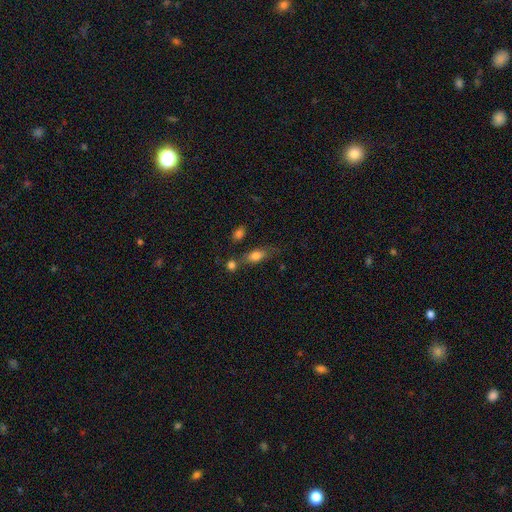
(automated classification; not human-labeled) Smooth or featured? Predicted: smooth (p=0.78). How rounded? Predicted: in between (p=0.79). Merging? Predicted: none (p=0.56).